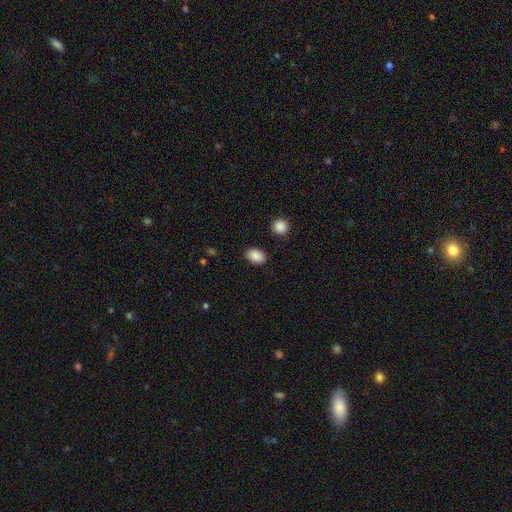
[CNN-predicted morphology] smooth_or_featured: smooth (p=0.89) [alt: star or artifact p=0.08]
how_rounded: in between (p=0.80) [alt: round p=0.19]
merging: none (p=0.87) [alt: minor disturbance p=0.08]